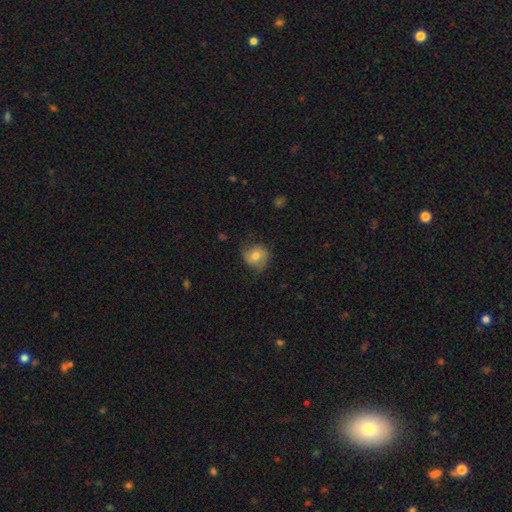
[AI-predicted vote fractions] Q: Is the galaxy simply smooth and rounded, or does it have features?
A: smooth — 60%.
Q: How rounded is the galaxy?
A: round — 73%.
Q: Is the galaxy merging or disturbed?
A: none — 63%.